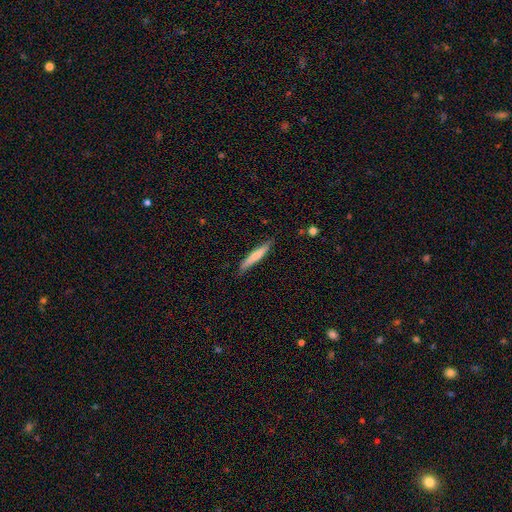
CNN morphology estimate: smooth-or-featured: smooth: 65% | featured or disk: 29% | star or artifact: 5%
  how-rounded: cigar-shaped: 93% | in between: 6% | round: 1%
  merging: none: 84% | minor disturbance: 12% | major disturbance: 2% | merger: 1%